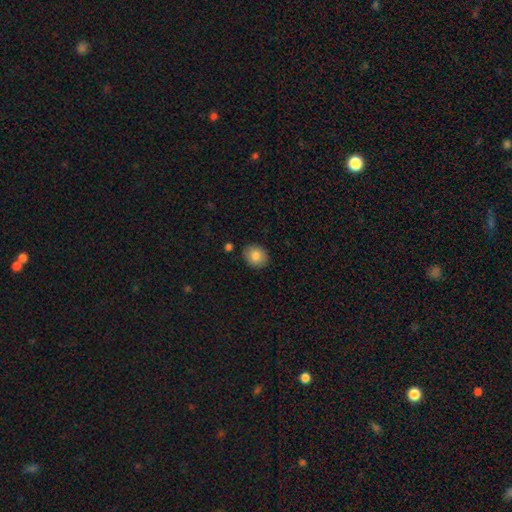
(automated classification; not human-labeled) smooth_or_featured: smooth (p=0.86) [alt: star or artifact p=0.08]
how_rounded: round (p=0.60) [alt: in between p=0.39]
merging: none (p=0.86) [alt: minor disturbance p=0.09]